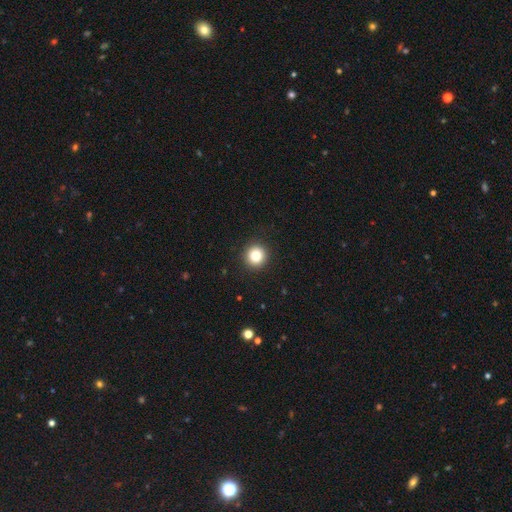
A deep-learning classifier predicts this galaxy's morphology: type=smooth (84%); roundness=round (94%); merging=none (92%).